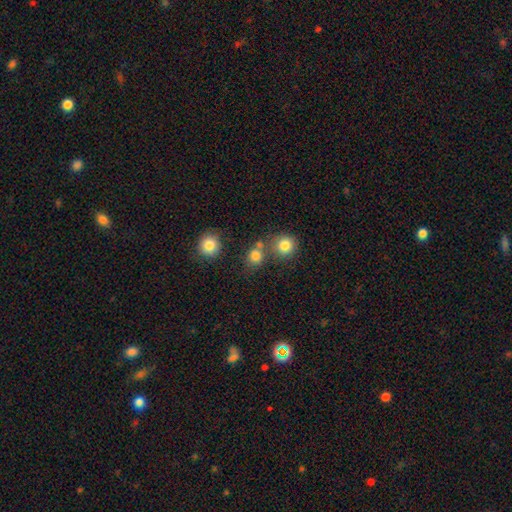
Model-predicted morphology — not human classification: Smooth or featured?
  - smooth: 81% *
  - star or artifact: 13%
  - featured or disk: 7%
How rounded?
  - round: 80% *
  - in between: 19%
  - cigar-shaped: 1%
Merging?
  - none: 58% *
  - merger: 27%
  - minor disturbance: 10%
  - major disturbance: 5%